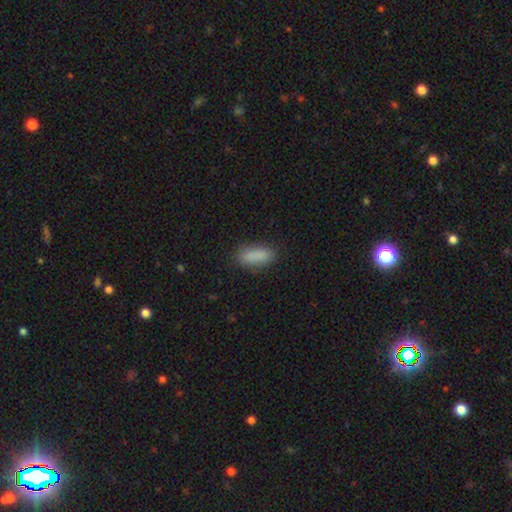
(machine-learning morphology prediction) smooth-or-featured: smooth: 87% | star or artifact: 7% | featured or disk: 5%
  how-rounded: in between: 65% | cigar-shaped: 32% | round: 2%
  merging: none: 84% | minor disturbance: 12% | major disturbance: 3% | merger: 1%